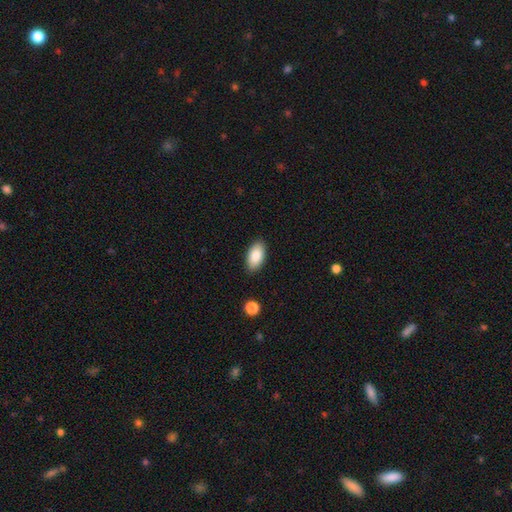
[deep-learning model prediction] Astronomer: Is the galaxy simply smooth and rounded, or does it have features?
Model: smooth — 86%.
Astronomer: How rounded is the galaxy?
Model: in between — 94%.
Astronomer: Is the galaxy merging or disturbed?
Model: none — 88%.